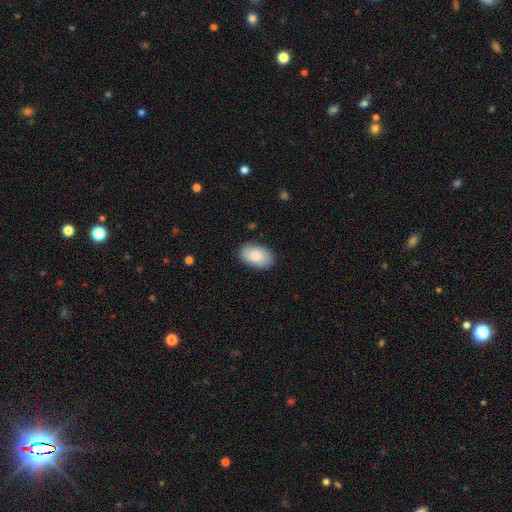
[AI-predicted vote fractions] Q: Smooth or featured?
A: smooth (80%); runner-up: featured or disk (14%)
Q: How rounded?
A: in between (92%); runner-up: round (6%)
Q: Merging?
A: none (86%); runner-up: minor disturbance (11%)